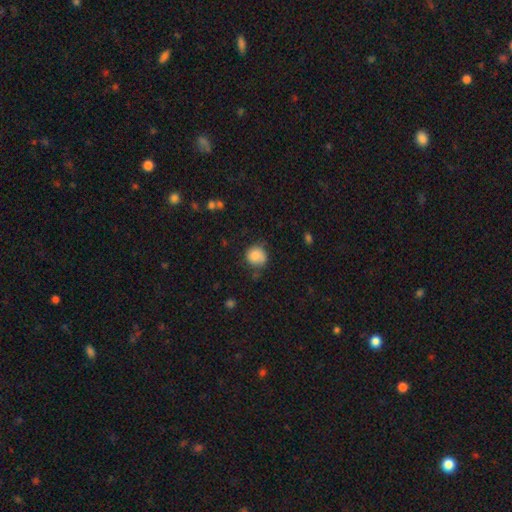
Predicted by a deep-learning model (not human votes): This is clearly a smooth galaxy (83%). How rounded: clearly round (84%). Merging: likely none (65%).